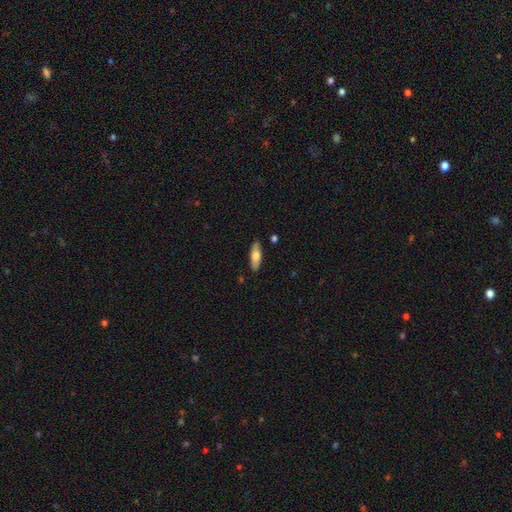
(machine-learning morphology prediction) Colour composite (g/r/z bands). It shows a smooth galaxy with no disk features (71%) that is in between round and cigar-shaped (60%). Merging: none (86%).